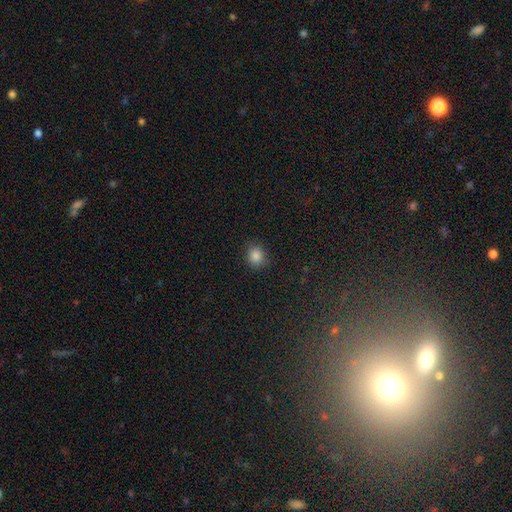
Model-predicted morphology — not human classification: A smooth galaxy with no disk features (85%) that is round (76%). Merging: none (86%).